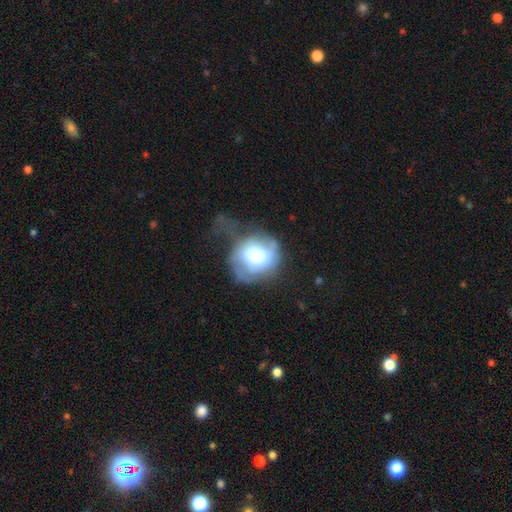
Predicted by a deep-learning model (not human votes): Morphology: type=featured or disk (46%); merging=major disturbance (39%).